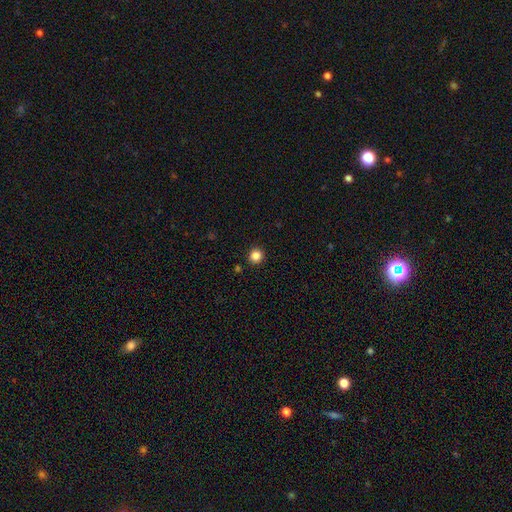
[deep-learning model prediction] Smooth or featured? smooth (85%)
How rounded? round (92%)
Merging? none (92%)